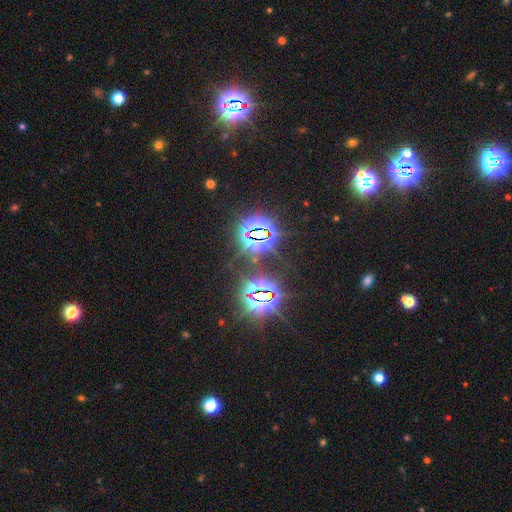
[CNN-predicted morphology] Smooth or featured? Predicted: star or artifact (p=0.81).